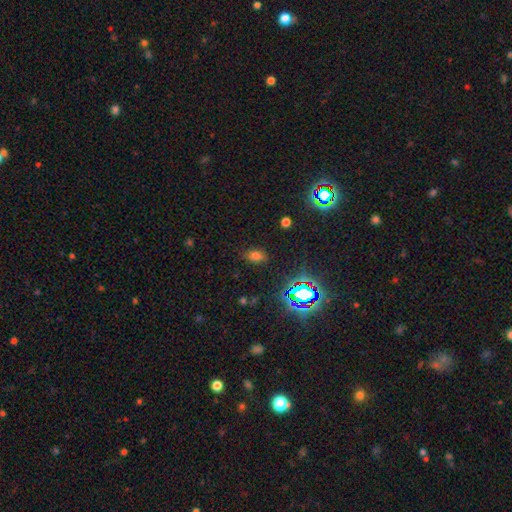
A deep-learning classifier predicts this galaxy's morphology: The model was most divided on "smooth or featured": smooth: 64%, star or artifact: 29%, featured or disk: 7%. More confident: how rounded — in between (85%); merging — none (82%).